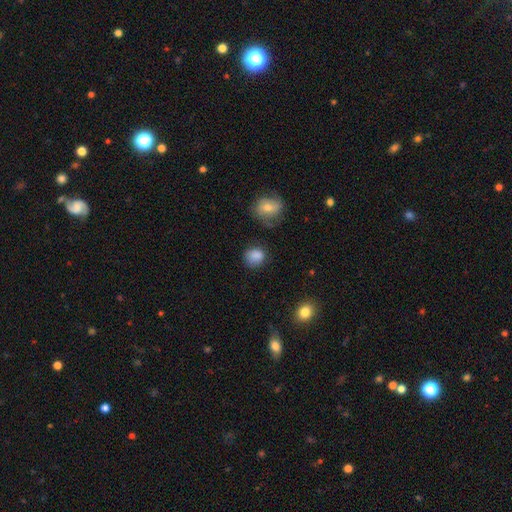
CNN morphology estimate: smooth-or-featured: smooth: 86% | star or artifact: 9% | featured or disk: 5%
  how-rounded: round: 75% | in between: 24% | cigar-shaped: 1%
  merging: none: 72% | minor disturbance: 19% | major disturbance: 6% | merger: 3%